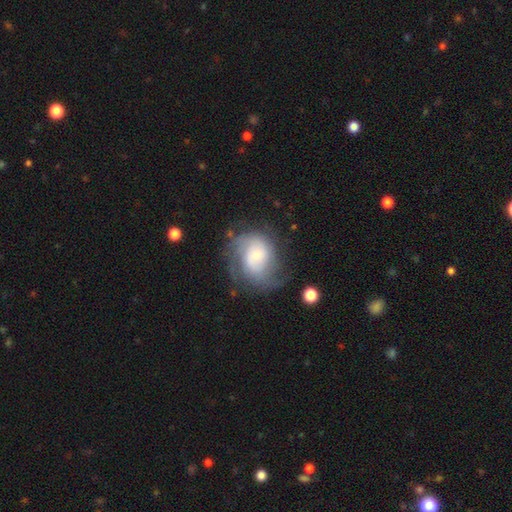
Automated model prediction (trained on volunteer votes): smooth_or_featured: featured or disk (p=0.64) [alt: smooth p=0.28]
disk_edge_on: no (p=0.97) [alt: yes p=0.03]
bar: no (p=0.67) [alt: weak p=0.28]
has_spiral_arms: yes (p=0.85) [alt: no p=0.15]
spiral_winding: medium (p=0.40) [alt: tight p=0.36]
spiral_arm_count: 2 (p=0.38) [alt: can't tell p=0.34]
bulge_size: small (p=0.55) [alt: moderate p=0.29]
merging: none (p=0.51) [alt: minor disturbance p=0.24]